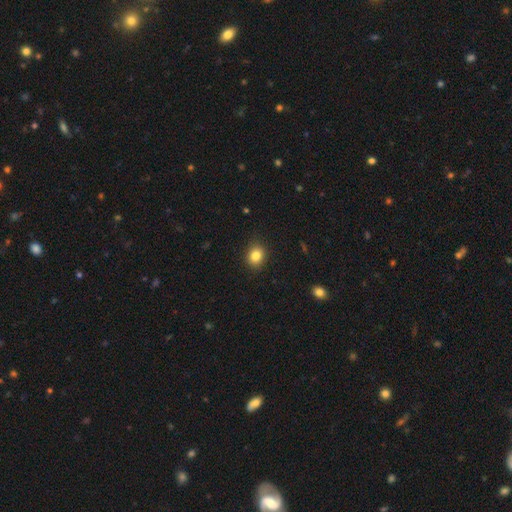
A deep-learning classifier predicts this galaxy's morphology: smooth-or-featured: smooth: 84% | star or artifact: 10% | featured or disk: 6%
  how-rounded: round: 60% | in between: 39% | cigar-shaped: 1%
  merging: none: 87% | minor disturbance: 9% | major disturbance: 2% | merger: 1%